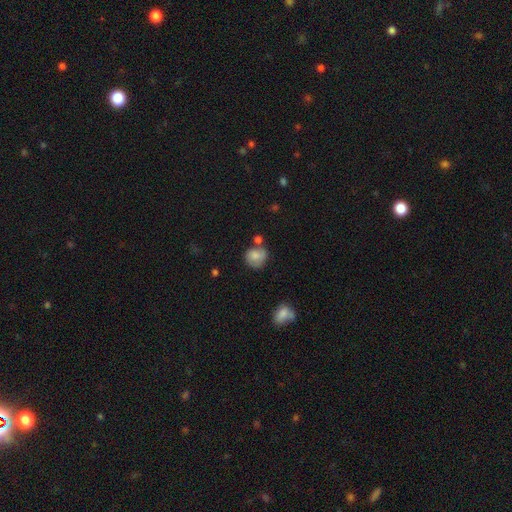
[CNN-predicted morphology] Smooth or featured? smooth (77%)
How rounded? round (78%)
Merging? none (55%)